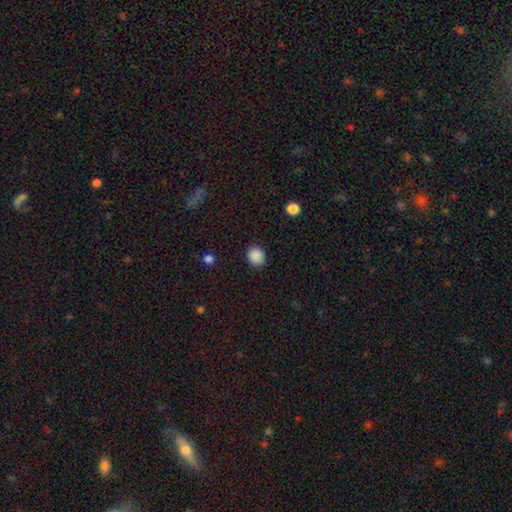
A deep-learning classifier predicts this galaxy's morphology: Smooth or featured: smooth — 88% (star or artifact — 9%)
How rounded: round — 69% (in between — 30%)
Merging: none — 87% (minor disturbance — 9%)